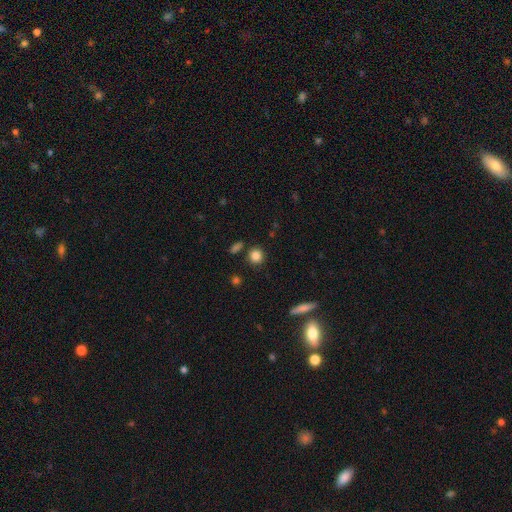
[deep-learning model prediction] Smooth or featured? Predicted: smooth (p=0.85). How rounded? Predicted: round (p=0.86). Merging? Predicted: none (p=0.85).